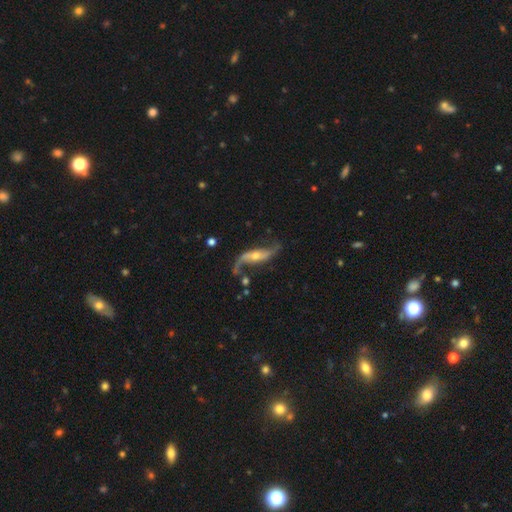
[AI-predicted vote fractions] Smooth or featured? Predicted: featured or disk (p=0.88). Edge-on disk? Predicted: no (p=0.91). Bar? Predicted: no (p=0.46). Spiral arms? Predicted: yes (p=0.95). Spiral winding? Predicted: loose (p=0.88). Spiral arm count? Predicted: 2 (p=0.92). Bulge size? Predicted: moderate (p=0.50). Merging? Predicted: none (p=0.64).